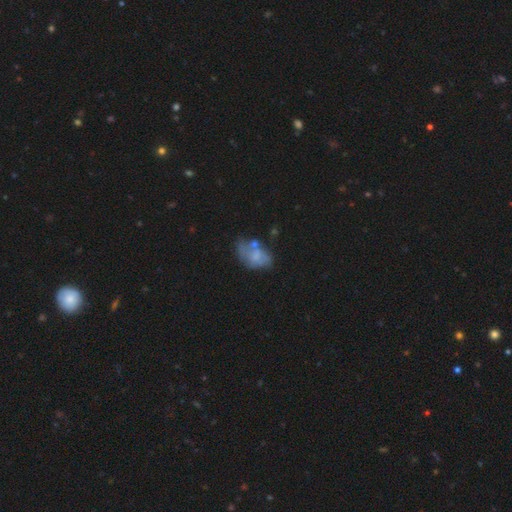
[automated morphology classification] smooth_or_featured: smooth (p=0.53) [alt: featured or disk p=0.37]
how_rounded: in between (p=0.87) [alt: round p=0.11]
merging: none (p=0.34) [alt: minor disturbance p=0.29]